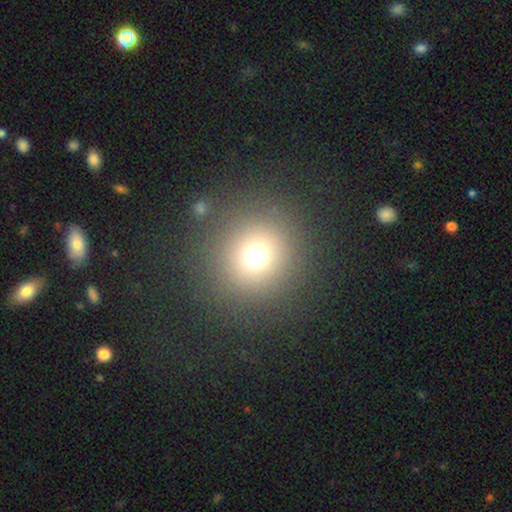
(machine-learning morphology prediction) Overall: smooth (70%). How rounded: round (93%). Merging: none (86%).